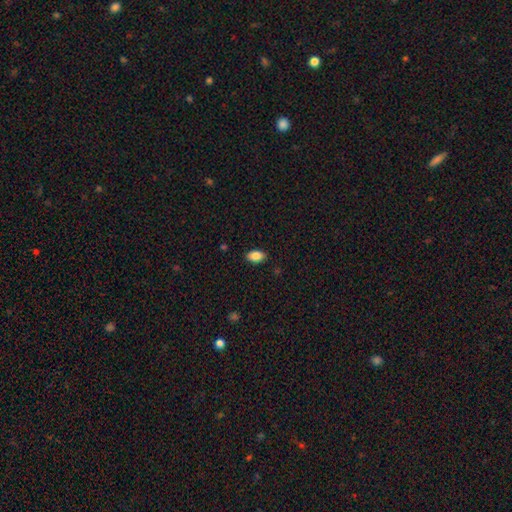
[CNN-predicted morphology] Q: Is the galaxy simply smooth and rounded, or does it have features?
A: smooth — 85%.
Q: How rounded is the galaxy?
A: in between — 90%.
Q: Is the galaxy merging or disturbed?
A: none — 88%.